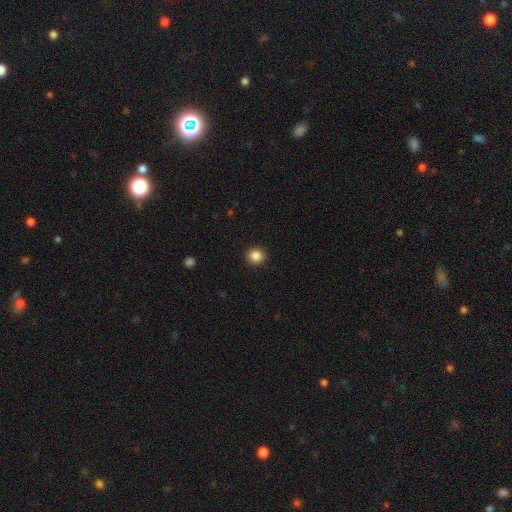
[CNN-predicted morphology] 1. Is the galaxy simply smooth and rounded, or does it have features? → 87% smooth, 10% star or artifact, 3% featured or disk.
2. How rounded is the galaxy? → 90% round, 9% in between, 1% cigar-shaped.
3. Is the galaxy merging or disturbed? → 92% none, 6% minor disturbance, 2% major disturbance, 1% merger.